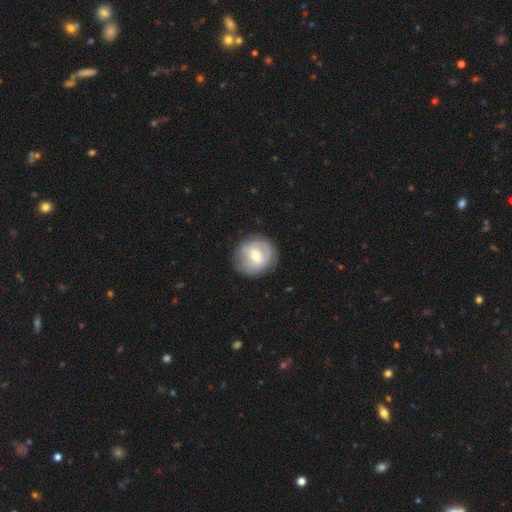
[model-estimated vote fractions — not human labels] Smooth or featured?
  - featured or disk: 59% *
  - smooth: 35%
  - star or artifact: 6%
Edge-on disk?
  - no: 97% *
  - yes: 3%
Bar?
  - weak: 47% *
  - no: 36%
  - strong: 17%
Spiral arms?
  - yes: 67% *
  - no: 33%
Bulge size?
  - moderate: 58% *
  - small: 37%
  - large: 3%
  - none: 1%
  - dominant: 1%
Merging?
  - none: 78% *
  - minor disturbance: 15%
  - major disturbance: 6%
  - merger: 1%